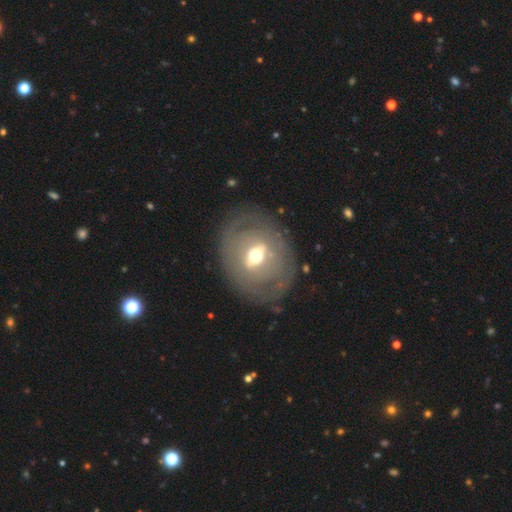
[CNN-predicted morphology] Overall: featured or disk (68%). Edge-on disk: no (89%). Bar: strong (43%; weak 36%). Spiral arms: no (72%). Bulge size: moderate (66%). Merging: none (77%).